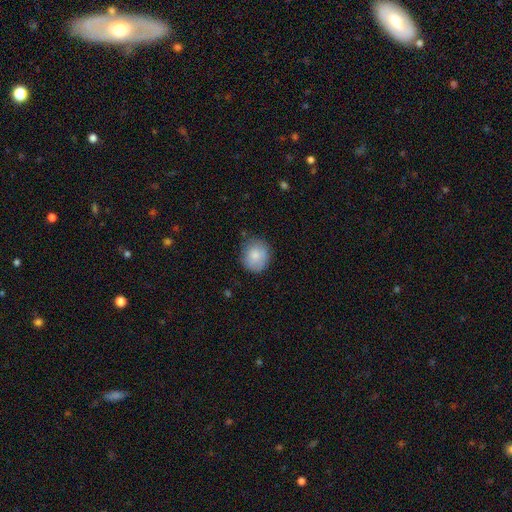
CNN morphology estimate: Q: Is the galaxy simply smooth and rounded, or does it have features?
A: smooth — 81%.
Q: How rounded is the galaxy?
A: round — 79%.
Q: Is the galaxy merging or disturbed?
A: none — 76%.